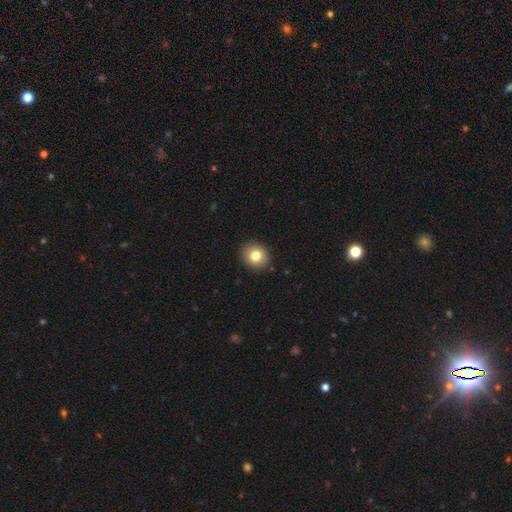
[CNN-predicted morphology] smooth_or_featured: smooth (p=0.82) [alt: star or artifact p=0.10]
how_rounded: round (p=0.79) [alt: in between p=0.20]
merging: none (p=0.90) [alt: minor disturbance p=0.07]